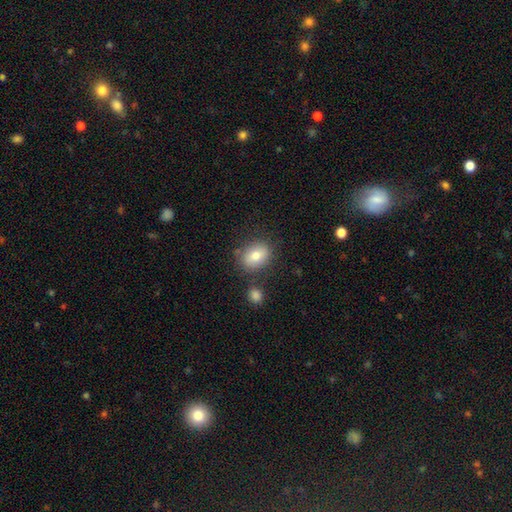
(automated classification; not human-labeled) Smooth or featured?
  - smooth: 80% *
  - featured or disk: 12%
  - star or artifact: 8%
How rounded?
  - in between: 67% *
  - round: 32%
  - cigar-shaped: 1%
Merging?
  - none: 77% *
  - minor disturbance: 12%
  - merger: 7%
  - major disturbance: 4%